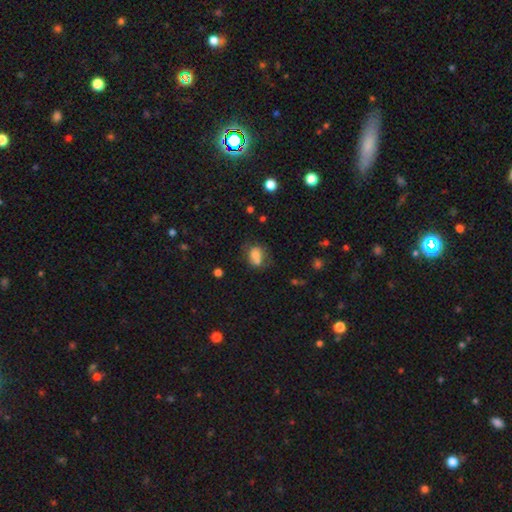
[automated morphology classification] Smooth or featured?
  - smooth: 73% *
  - featured or disk: 15%
  - star or artifact: 12%
How rounded?
  - in between: 54% *
  - round: 44%
  - cigar-shaped: 1%
Merging?
  - none: 40% *
  - merger: 35%
  - minor disturbance: 17%
  - major disturbance: 7%